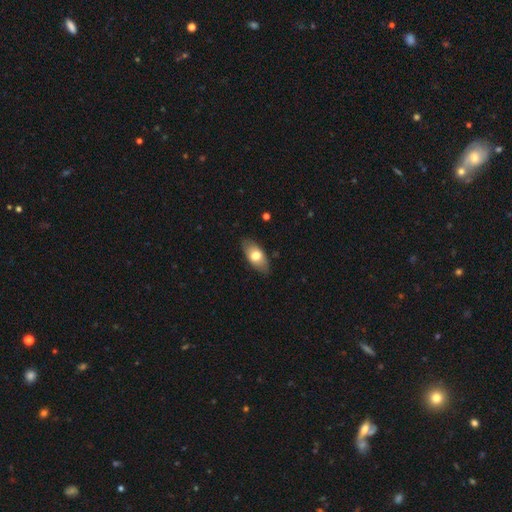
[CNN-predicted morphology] Smooth or featured? smooth (69%)
How rounded? in between (90%)
Merging? none (83%)